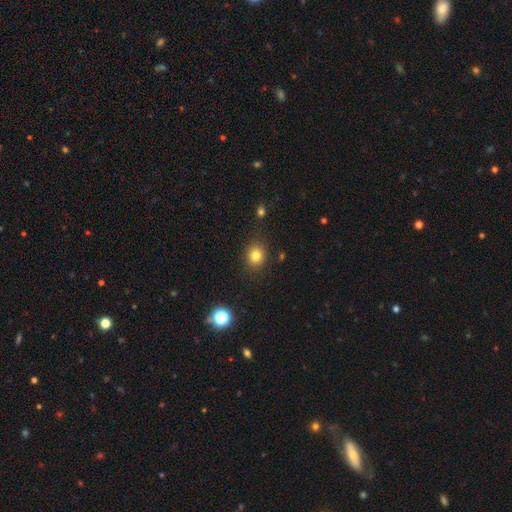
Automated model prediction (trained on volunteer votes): smooth_or_featured: smooth (p=0.80) [alt: star or artifact p=0.13]
how_rounded: round (p=0.70) [alt: in between p=0.29]
merging: none (p=0.84) [alt: minor disturbance p=0.10]